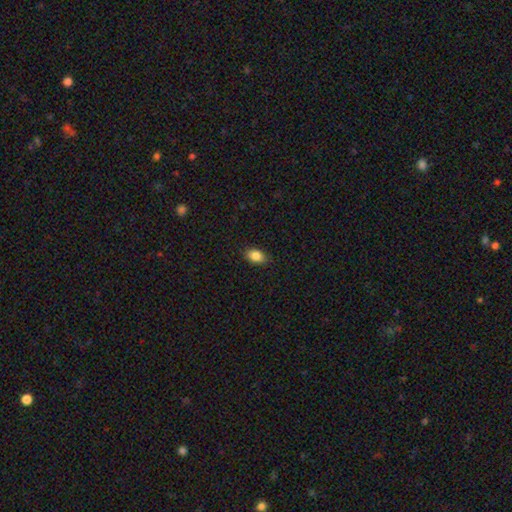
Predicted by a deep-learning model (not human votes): Overall: smooth (85%). How rounded: in between (85%). Merging: none (88%).